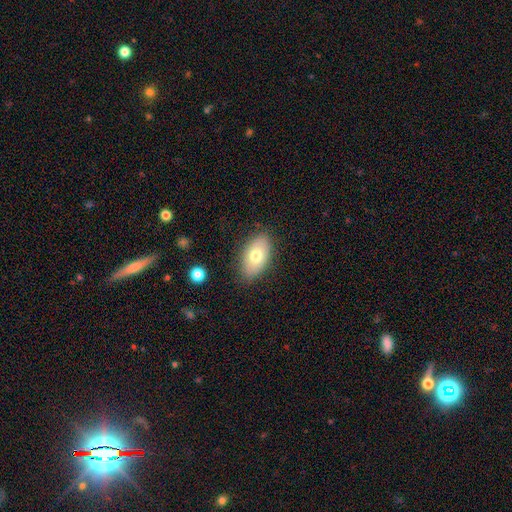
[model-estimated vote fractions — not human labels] Smooth or featured: smooth — 72% (featured or disk — 21%)
How rounded: in between — 93% (round — 5%)
Merging: none — 83% (minor disturbance — 13%)